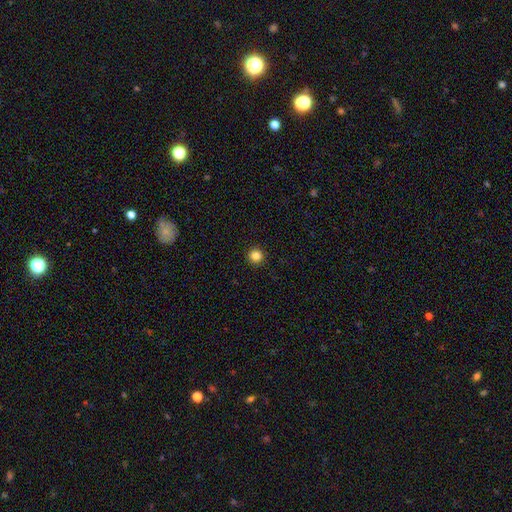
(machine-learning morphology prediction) This is clearly a smooth galaxy (84%). How rounded: clearly round (95%). Merging: clearly none (93%).